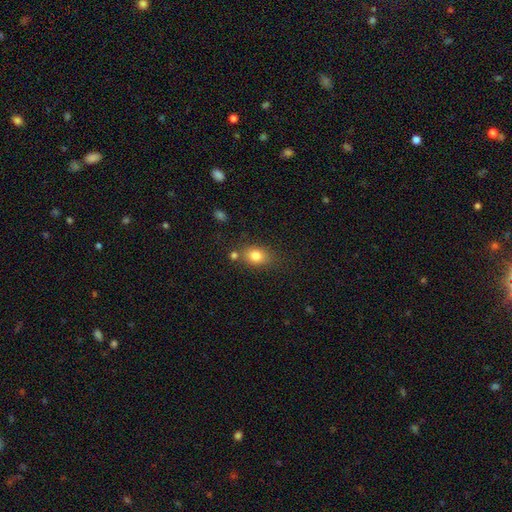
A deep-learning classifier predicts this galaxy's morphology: smooth_or_featured: smooth (p=0.79) [alt: star or artifact p=0.11]
how_rounded: in between (p=0.61) [alt: round p=0.37]
merging: none (p=0.69) [alt: minor disturbance p=0.16]